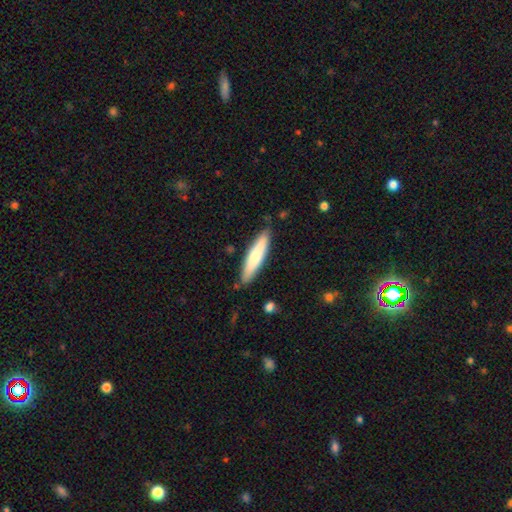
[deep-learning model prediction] The model was most divided on "smooth or featured": smooth: 69%, featured or disk: 26%, star or artifact: 5%. More confident: merging — none (85%); how rounded — cigar-shaped (82%).